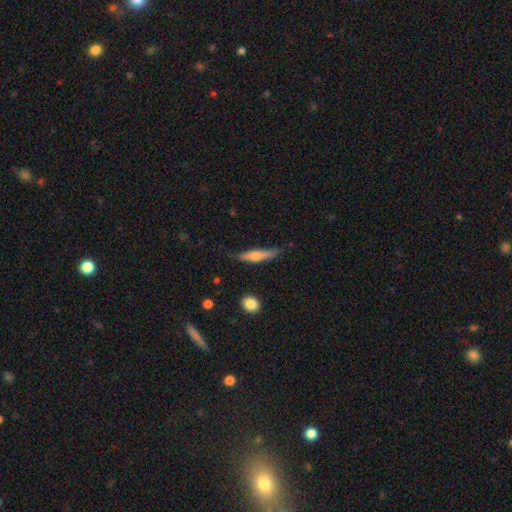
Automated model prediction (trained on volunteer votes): A smooth galaxy with no disk features (51%) that is cigar-shaped (81%).

Vote fractions:
- Smooth or featured? smooth: 51% / featured or disk: 43% / star or artifact: 6%
- How rounded? cigar-shaped: 81% / in between: 17% / round: 2%
- Merging? none: 66% / minor disturbance: 26% / major disturbance: 6% / merger: 2%